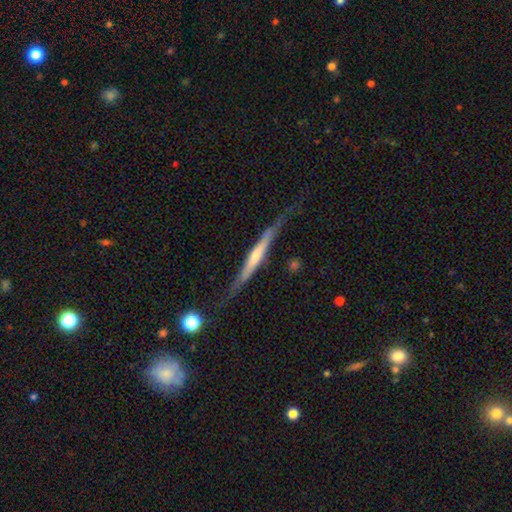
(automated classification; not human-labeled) smooth-or-featured: featured or disk: 67% | smooth: 27% | star or artifact: 6%
  disk-edge-on: yes: 96% | no: 4%
    edge-on-bulge: rounded: 51% | none: 39% | boxy: 10%
  merging: none: 75% | minor disturbance: 18% | major disturbance: 4% | merger: 2%